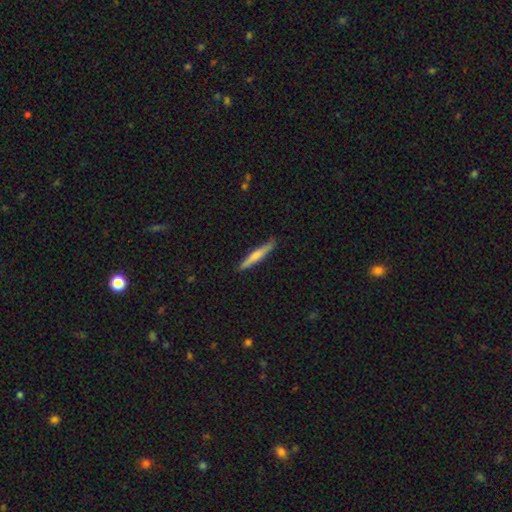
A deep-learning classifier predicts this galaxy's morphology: Smooth or featured: smooth — 57% (featured or disk — 37%)
How rounded: cigar-shaped — 94% (in between — 4%)
Merging: none — 86% (minor disturbance — 11%)